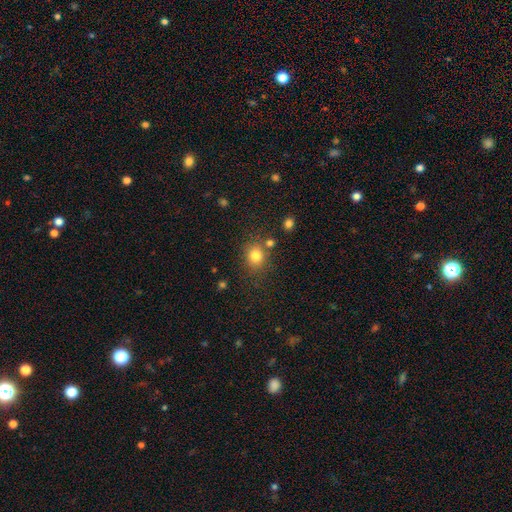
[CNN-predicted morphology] Smooth or featured: smooth — 81% (star or artifact — 12%)
How rounded: round — 73% (in between — 26%)
Merging: none — 74% (minor disturbance — 12%)